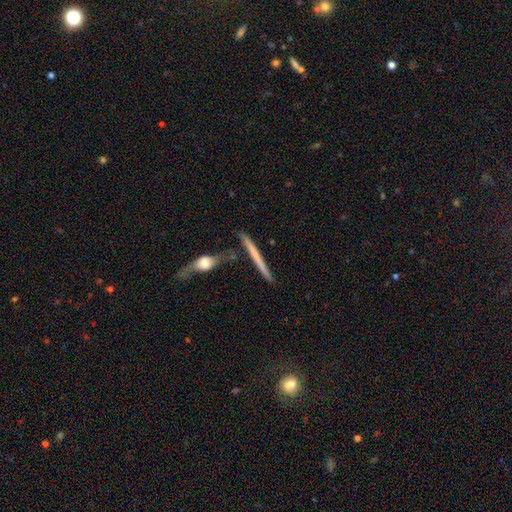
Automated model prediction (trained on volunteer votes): This is possibly a featured or disk galaxy (54%). It is clearly viewed edge-on (94%). Edge-on bulge: likely none (68%). Merging: likely none (76%).